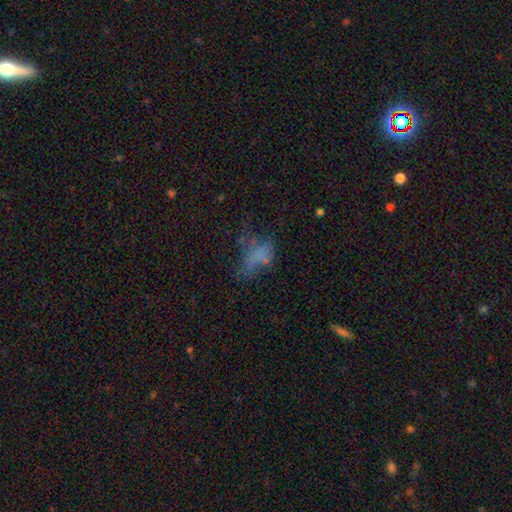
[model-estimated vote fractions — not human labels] smooth-or-featured: smooth: 49% | featured or disk: 29% | star or artifact: 22%
  merging: none: 36% | major disturbance: 35% | minor disturbance: 24% | merger: 6%